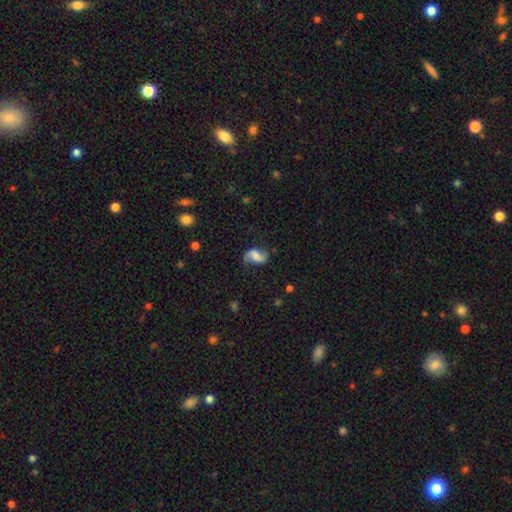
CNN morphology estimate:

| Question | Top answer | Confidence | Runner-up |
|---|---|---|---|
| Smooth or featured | featured or disk | 58% | smooth (33%) |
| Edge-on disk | no | 96% | yes (4%) |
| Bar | weak | 40% | no (37%) |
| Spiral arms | yes | 90% | no (10%) |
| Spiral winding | loose | 67% | medium (25%) |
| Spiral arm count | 2 | 86% | 1 (7%) |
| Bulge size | none | 28% | moderate (26%) |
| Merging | none | 61% | minor disturbance (23%) |